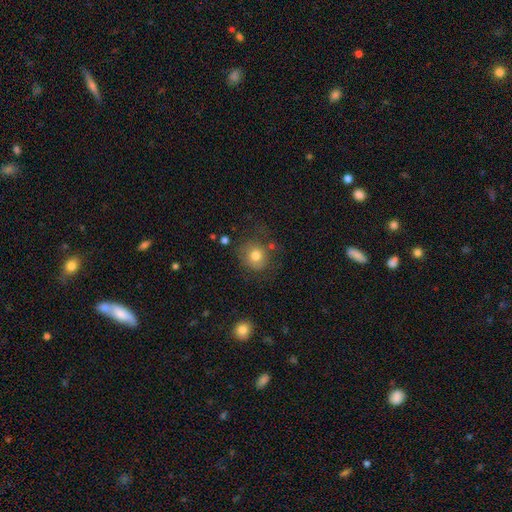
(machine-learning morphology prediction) Overall: smooth (75%). How rounded: round (84%). Merging: none (63%).